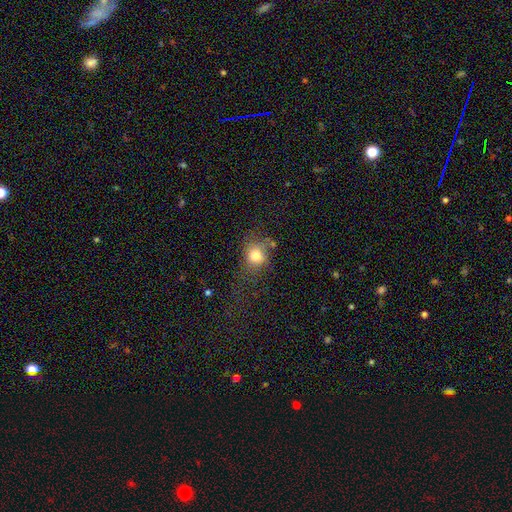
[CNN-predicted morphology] smooth_or_featured: smooth (p=0.77) [alt: star or artifact p=0.12]
how_rounded: round (p=0.68) [alt: in between p=0.31]
merging: none (p=0.56) [alt: minor disturbance p=0.22]